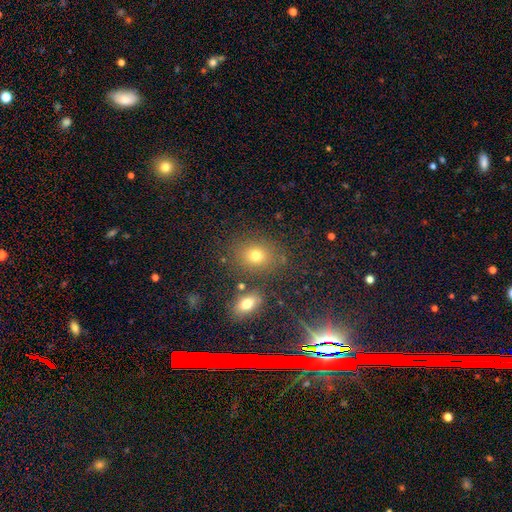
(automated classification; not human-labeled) smooth_or_featured: smooth (p=0.70) [alt: star or artifact p=0.18]
how_rounded: in between (p=0.50) [alt: round p=0.49]
merging: none (p=0.76) [alt: minor disturbance p=0.11]